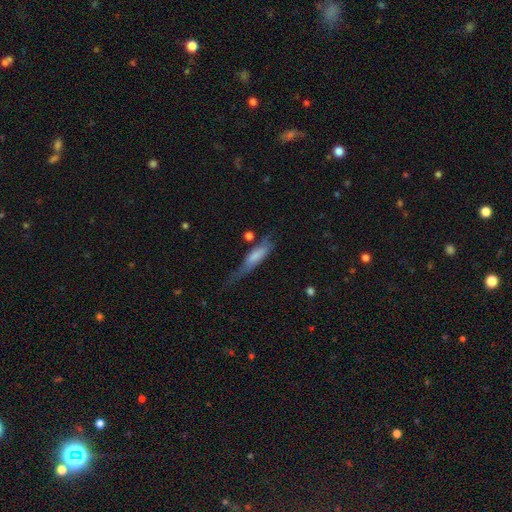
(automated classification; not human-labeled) Morphology: type=smooth (62%); roundness=cigar-shaped (63%); merging=none (33%).